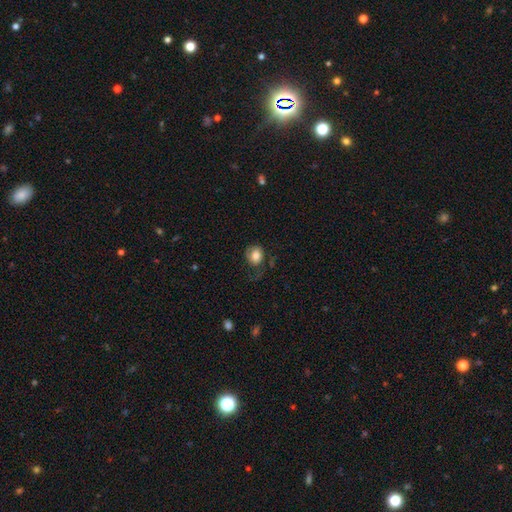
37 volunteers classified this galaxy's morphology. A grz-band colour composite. It shows a smooth galaxy with no disk features (86%) that is round (69%). Merging: none (58%).